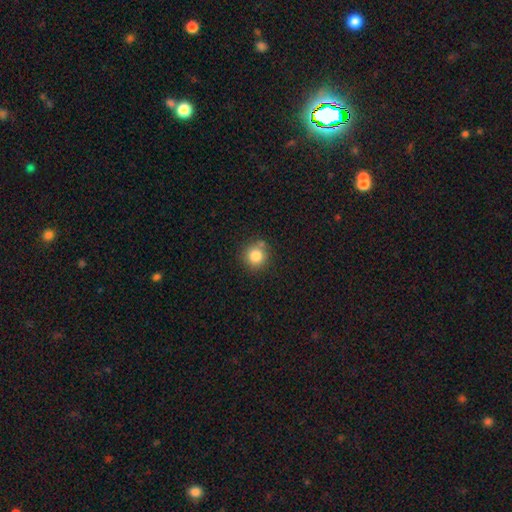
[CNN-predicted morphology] This is clearly a smooth galaxy (83%). How rounded: clearly round (92%). Merging: likely none (75%).